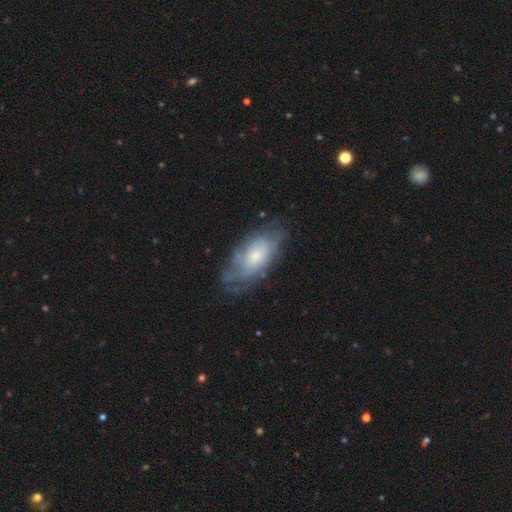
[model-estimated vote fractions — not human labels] The model was most divided on "bulge size": small: 46%, moderate: 40%, large: 8%, none: 5%, dominant: 1%. More confident: edge-on disk — no (90%); bar — no (76%); spiral arms — yes (72%); merging — none (61%); smooth or featured — featured or disk (57%).